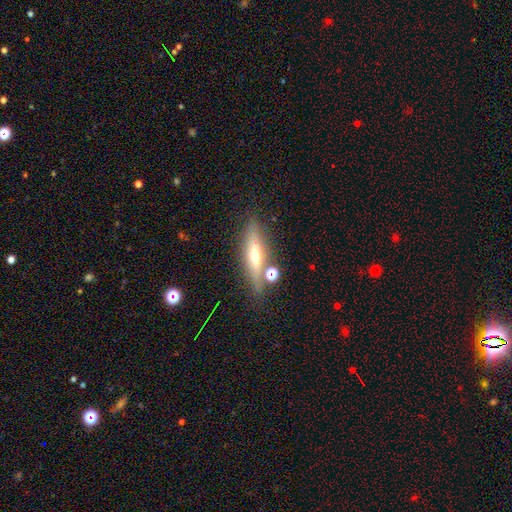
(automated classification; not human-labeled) featured or disk 67%, smooth 25%, star or artifact 9%. Down the decision tree: edge-on disk — yes (92%); edge-on bulge — rounded (89%); merging — none (77%).